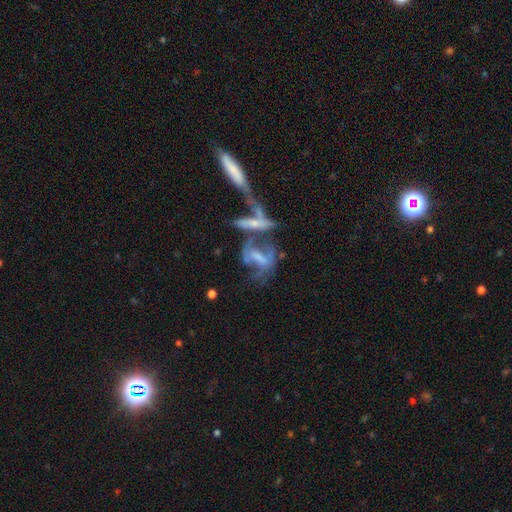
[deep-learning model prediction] Morphology: type=featured or disk (65%); edge-on=no (86%); bar=no (48%); spiral arms=yes (57%); bulge=none (38%); merging=merger (55%).